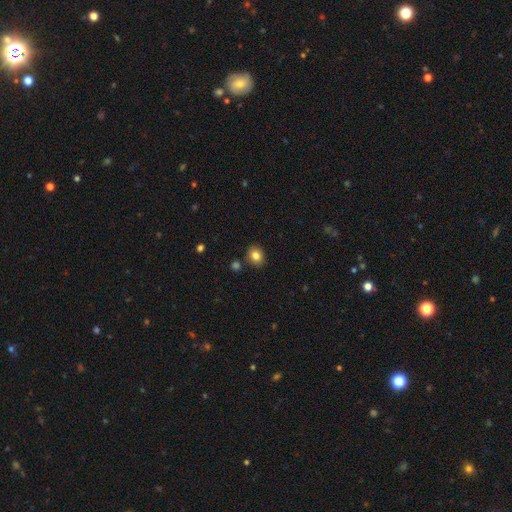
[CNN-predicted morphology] smooth 82%, star or artifact 11%, featured or disk 8%. Down the decision tree: how rounded — round (65%); merging — none (85%).